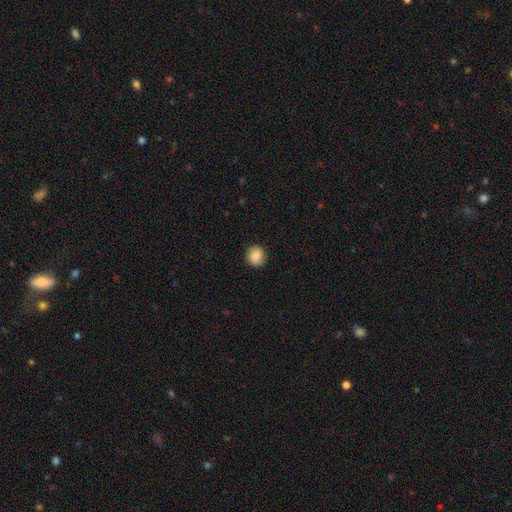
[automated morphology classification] A smooth galaxy with no disk features (86%) that is round (89%). Merging: none (88%).